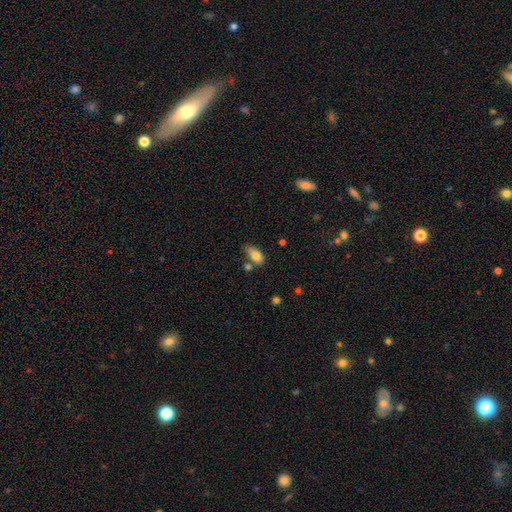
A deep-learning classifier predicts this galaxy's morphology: Smooth or featured?
  - smooth: 78% *
  - featured or disk: 14%
  - star or artifact: 8%
How rounded?
  - in between: 87% *
  - cigar-shaped: 9%
  - round: 4%
Merging?
  - none: 46% *
  - minor disturbance: 27%
  - merger: 18%
  - major disturbance: 9%